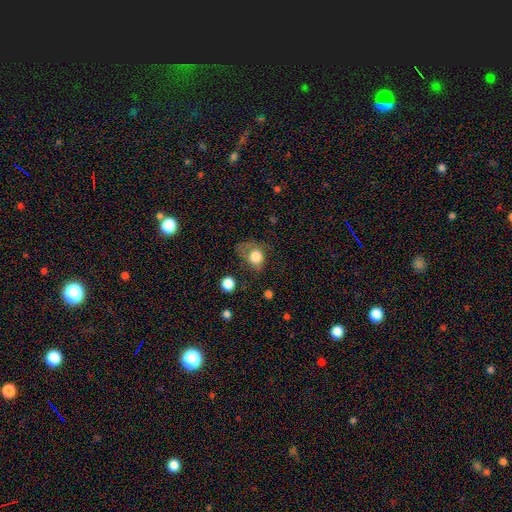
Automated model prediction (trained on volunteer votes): Smooth or featured? smooth (76%)
How rounded? round (58%)
Merging? major disturbance (38%)